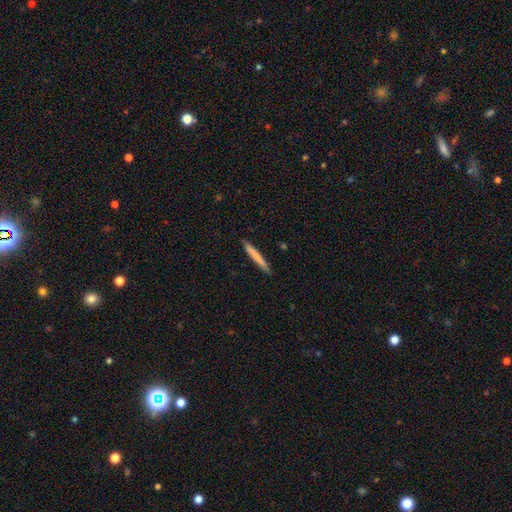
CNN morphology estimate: This is likely a smooth galaxy (71%). How rounded: clearly cigar-shaped (96%). Merging: clearly none (90%).